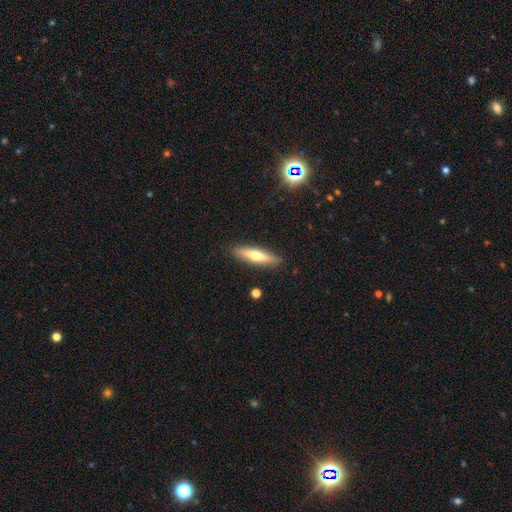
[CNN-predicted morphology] Overall: smooth (51%; featured or disk 43%). How rounded: cigar-shaped (77%). Merging: none (88%).